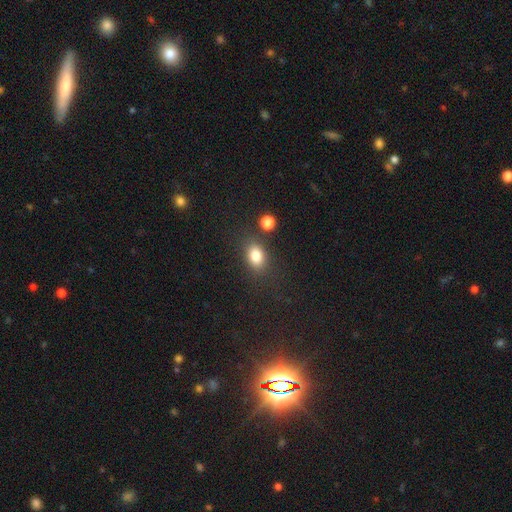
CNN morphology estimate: This appears to be a smooth galaxy with no disk features (82%) that is in between round and cigar-shaped (71%). Merging: none (76%).